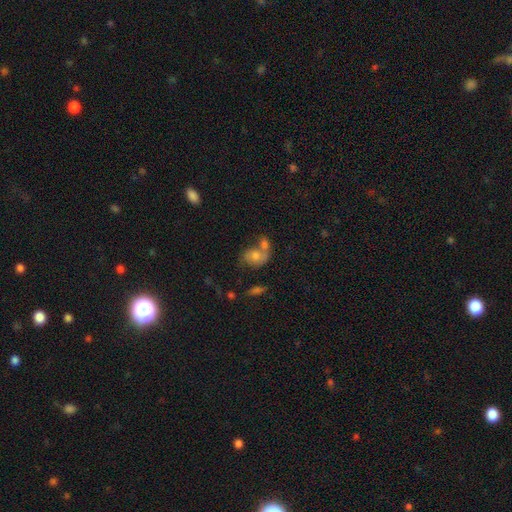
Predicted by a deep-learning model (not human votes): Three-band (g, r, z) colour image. It shows a smooth galaxy with no disk features (64%) that is in between round and cigar-shaped (64%). Merging: merger (49%).